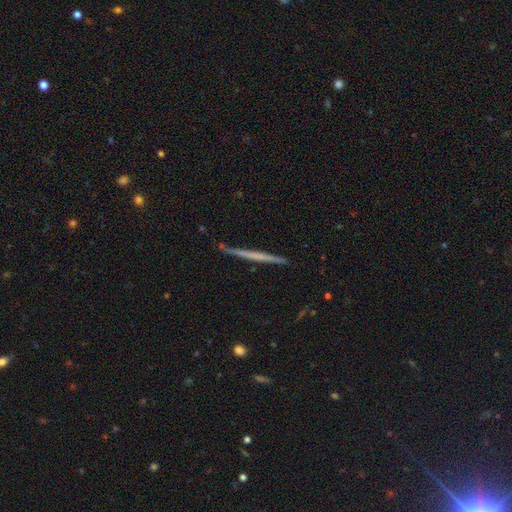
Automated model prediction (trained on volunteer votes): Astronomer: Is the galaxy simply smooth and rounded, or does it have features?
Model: featured or disk — 58% (runner-up: smooth, 36%).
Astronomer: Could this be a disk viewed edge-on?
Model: yes — 97%.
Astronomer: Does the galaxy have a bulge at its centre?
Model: none — 89%.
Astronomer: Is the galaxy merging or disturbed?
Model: none — 87%.